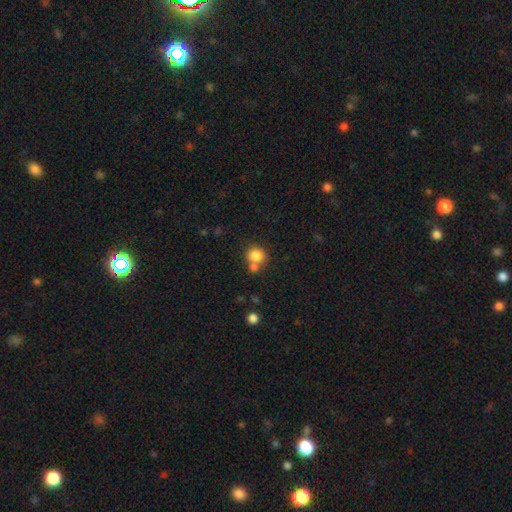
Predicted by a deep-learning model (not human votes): smooth_or_featured: smooth (p=0.83) [alt: star or artifact p=0.11]
how_rounded: round (p=0.81) [alt: in between p=0.18]
merging: none (p=0.54) [alt: merger p=0.33]